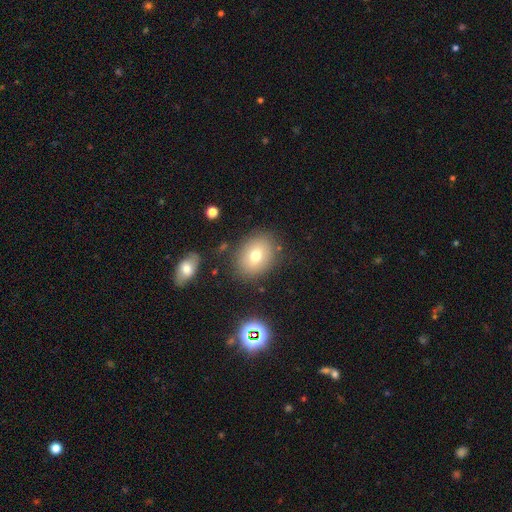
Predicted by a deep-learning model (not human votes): Overall: smooth (71%). How rounded: in between (56%; round 43%). Merging: none (81%).